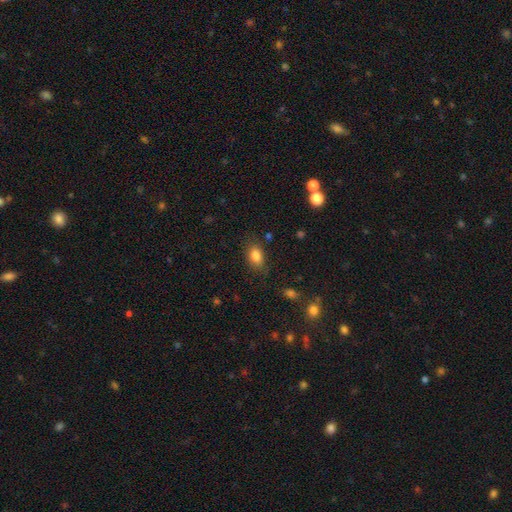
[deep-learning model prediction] smooth_or_featured: smooth (p=0.84) [alt: star or artifact p=0.10]
how_rounded: in between (p=0.86) [alt: round p=0.11]
merging: none (p=0.79) [alt: minor disturbance p=0.15]